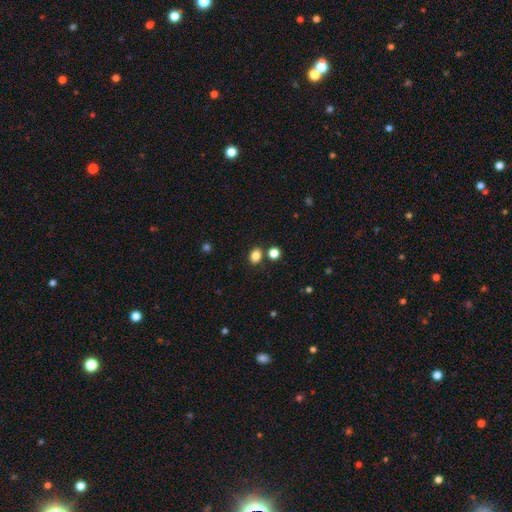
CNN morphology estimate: smooth-or-featured: smooth: 83% | star or artifact: 12% | featured or disk: 5%
  how-rounded: in between: 58% | round: 41% | cigar-shaped: 1%
  merging: none: 78% | minor disturbance: 10% | merger: 10% | major disturbance: 3%